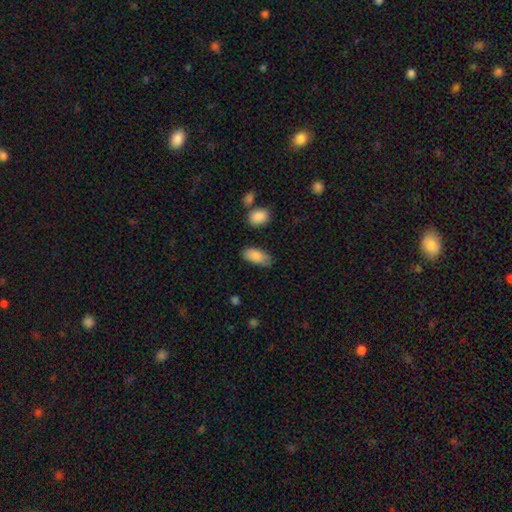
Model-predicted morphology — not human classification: smooth_or_featured: smooth (p=0.86) [alt: featured or disk p=0.08]
how_rounded: in between (p=0.91) [alt: cigar-shaped p=0.07]
merging: none (p=0.71) [alt: minor disturbance p=0.21]